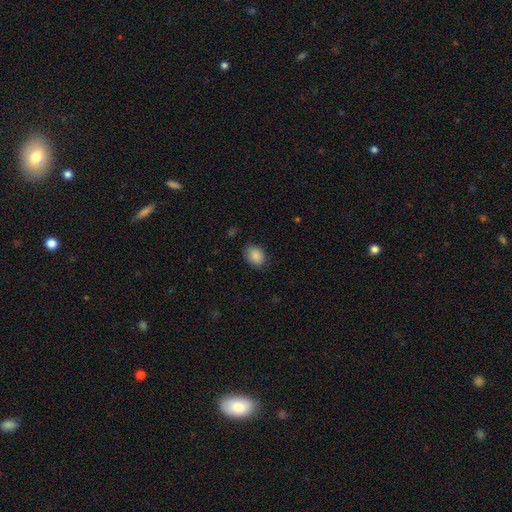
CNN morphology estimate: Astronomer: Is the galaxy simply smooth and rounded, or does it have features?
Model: smooth — 88%.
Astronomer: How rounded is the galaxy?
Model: in between — 69%.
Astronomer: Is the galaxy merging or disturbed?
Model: none — 83%.